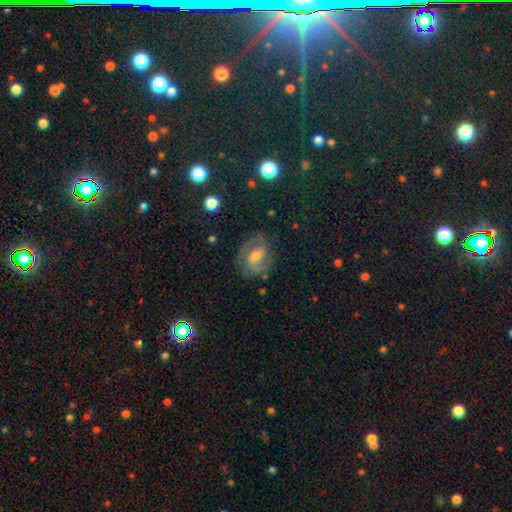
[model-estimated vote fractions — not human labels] Morphology: type=featured or disk (75%); edge-on=no (97%); bar=weak (51%); spiral arms=yes (91%); winding=medium (51%); arm count=2 (80%); bulge=moderate (51%); merging=none (74%).